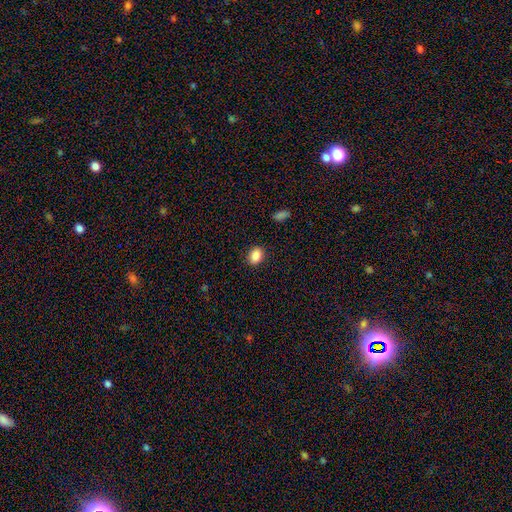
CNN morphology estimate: Q: Smooth or featured?
A: smooth (88%); runner-up: star or artifact (9%)
Q: How rounded?
A: in between (70%); runner-up: round (29%)
Q: Merging?
A: none (89%); runner-up: minor disturbance (8%)